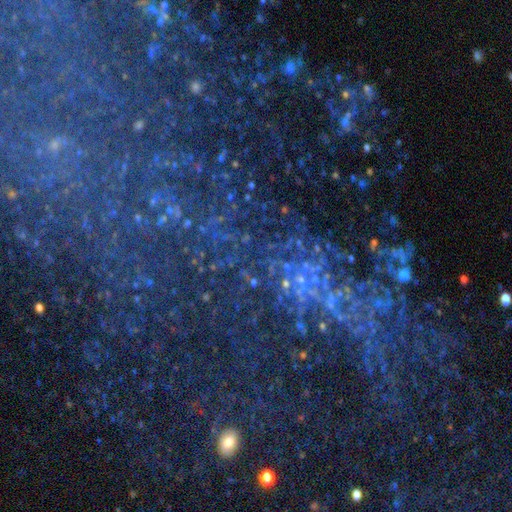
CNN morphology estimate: star or artifact 80%, featured or disk 10%, smooth 10%.